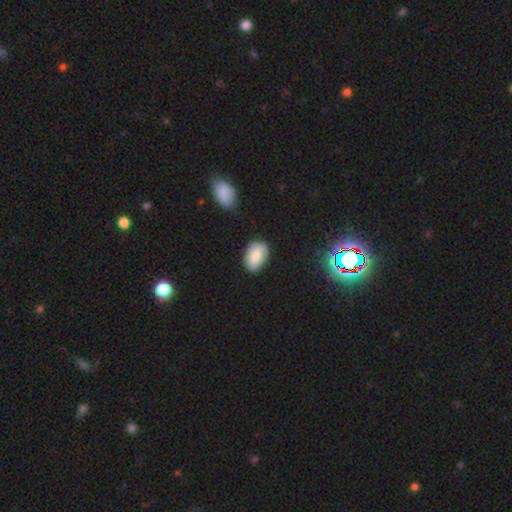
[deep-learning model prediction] The model was most divided on "merging": none: 77%, minor disturbance: 17%, major disturbance: 3%, merger: 2%. More confident: how rounded — in between (88%); smooth or featured — smooth (83%).